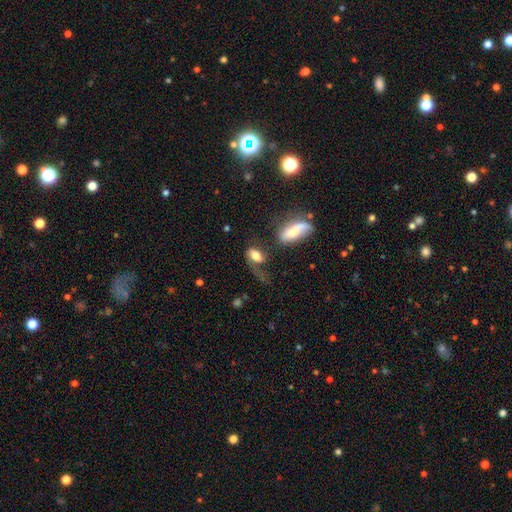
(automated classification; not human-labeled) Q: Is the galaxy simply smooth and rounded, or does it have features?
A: smooth — 66%.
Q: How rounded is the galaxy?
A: in between — 85%.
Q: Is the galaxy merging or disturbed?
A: major disturbance — 32%.